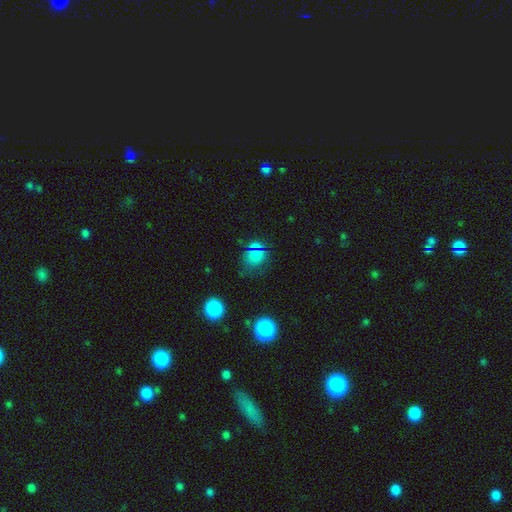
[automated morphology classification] Overall: smooth (62%; star or artifact 30%). How rounded: round (73%). Merging: none (67%).